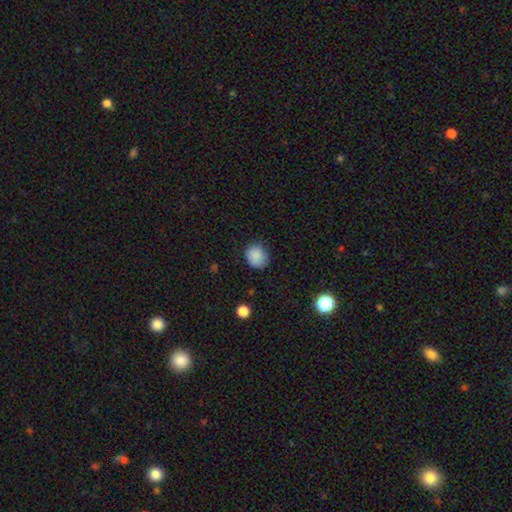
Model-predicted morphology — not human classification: Overall: smooth (87%). How rounded: round (73%). Merging: none (78%).